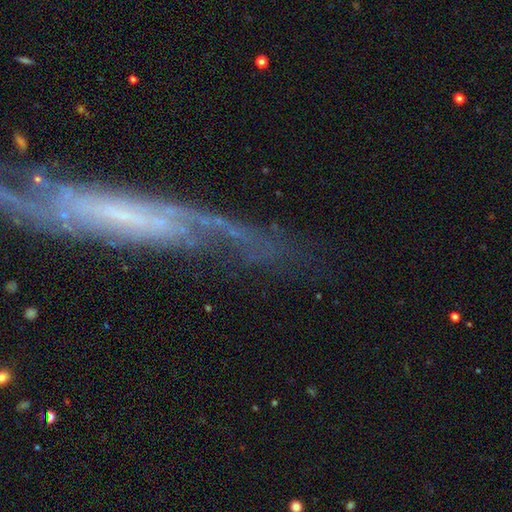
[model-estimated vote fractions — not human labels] smooth-or-featured: featured or disk: 70% | smooth: 18% | star or artifact: 12%
  disk-edge-on: no: 62% | yes: 38%
  merging: none: 50% | major disturbance: 25% | minor disturbance: 19% | merger: 6%